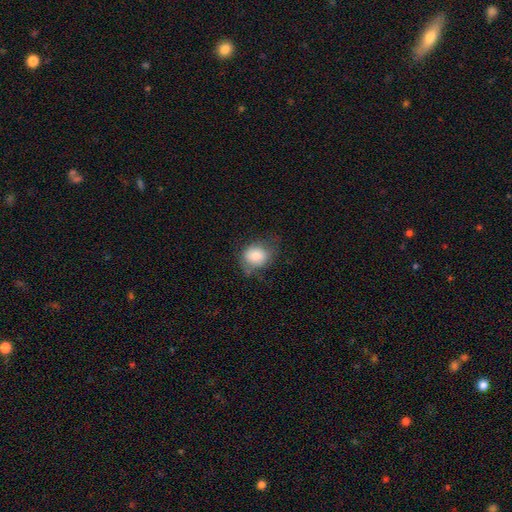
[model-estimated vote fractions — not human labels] This appears to be a smooth galaxy with no disk features (77%) that is round (62%). Merging: none (49%).